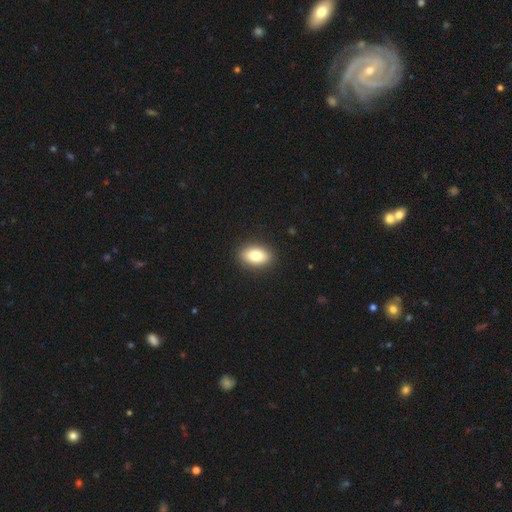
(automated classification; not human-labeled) smooth-or-featured: smooth: 83% | featured or disk: 9% | star or artifact: 8%
  how-rounded: in between: 88% | round: 9% | cigar-shaped: 3%
  merging: none: 90% | minor disturbance: 7% | major disturbance: 2% | merger: 1%